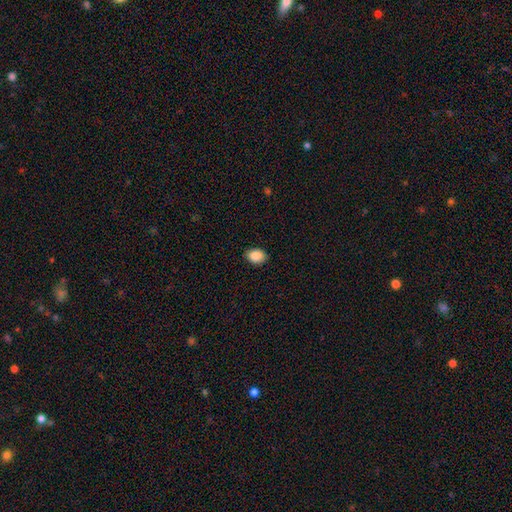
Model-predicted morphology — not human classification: Overall: smooth (89%). How rounded: in between (68%; round 31%). Merging: none (88%).